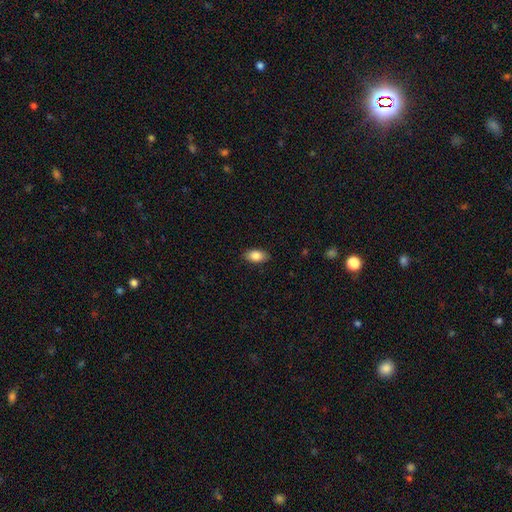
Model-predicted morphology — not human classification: Q: Smooth or featured?
A: smooth (85%); runner-up: star or artifact (8%)
Q: How rounded?
A: in between (91%); runner-up: round (7%)
Q: Merging?
A: none (88%); runner-up: minor disturbance (9%)